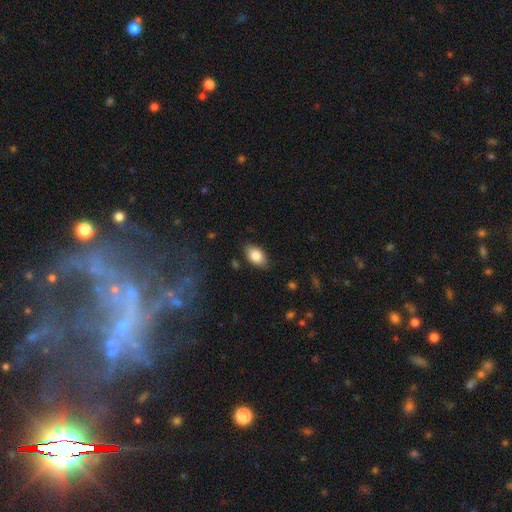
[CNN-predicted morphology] Overall: smooth (85%). How rounded: in between (91%). Merging: none (83%).